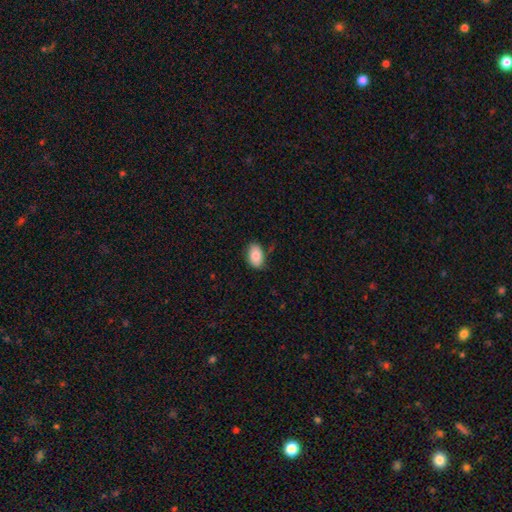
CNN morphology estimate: Overall: smooth (84%). How rounded: in between (91%). Merging: none (81%).